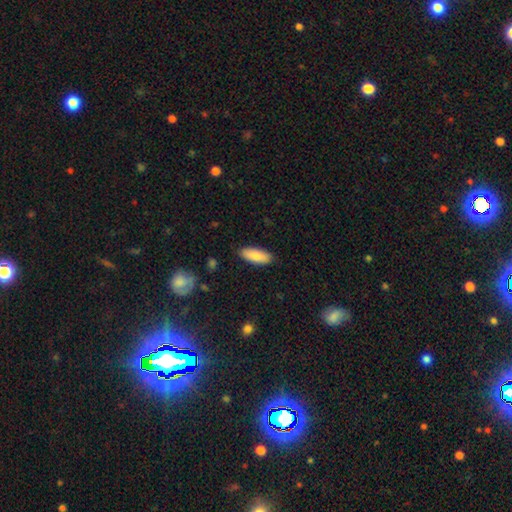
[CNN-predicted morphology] Smooth or featured? Predicted: smooth (p=0.86). How rounded? Predicted: in between (p=0.75). Merging? Predicted: none (p=0.86).